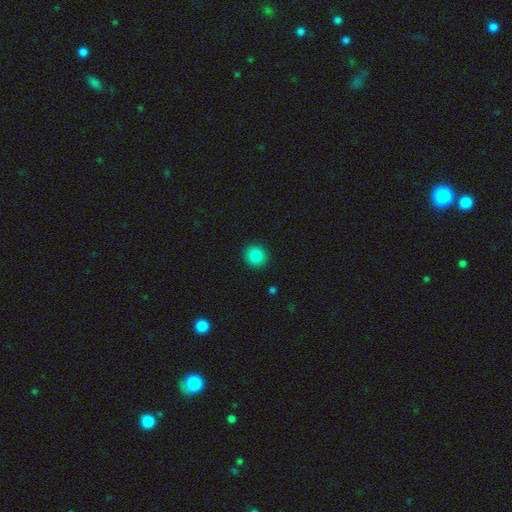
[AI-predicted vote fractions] A smooth galaxy with no disk features (85%) that is round (90%). Merging: none (92%).